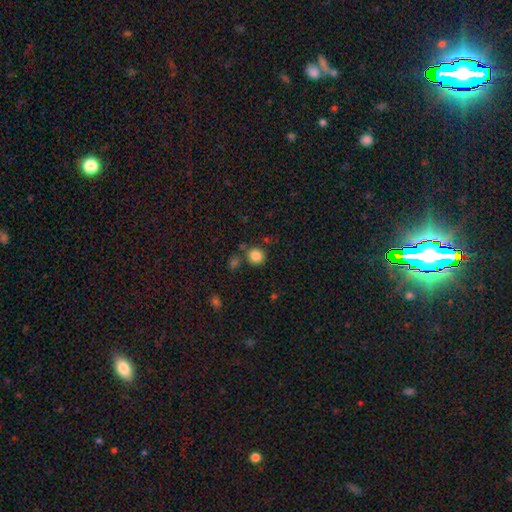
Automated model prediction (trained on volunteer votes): Morphology: type=smooth (85%); roundness=round (89%); merging=none (79%).